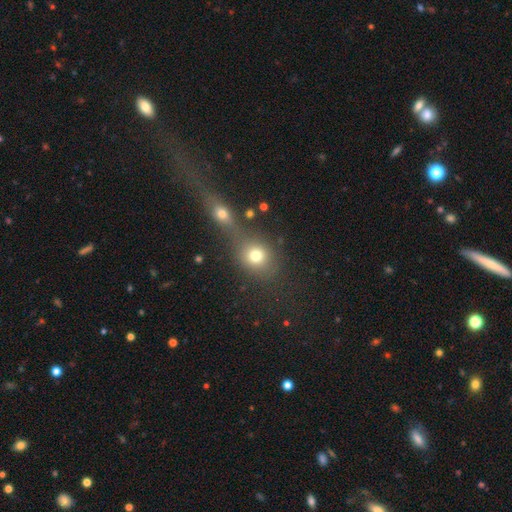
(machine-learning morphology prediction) A smooth galaxy with no disk features (74%) that is round (71%). Merging: none (44%).